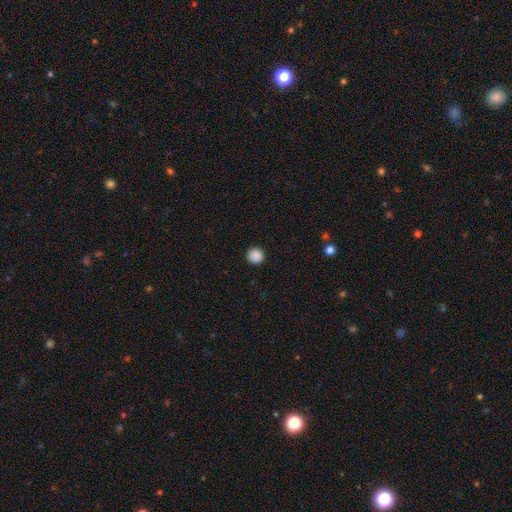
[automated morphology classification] smooth_or_featured: smooth (p=0.88) [alt: star or artifact p=0.10]
how_rounded: round (p=0.95) [alt: in between p=0.04]
merging: none (p=0.92) [alt: minor disturbance p=0.05]